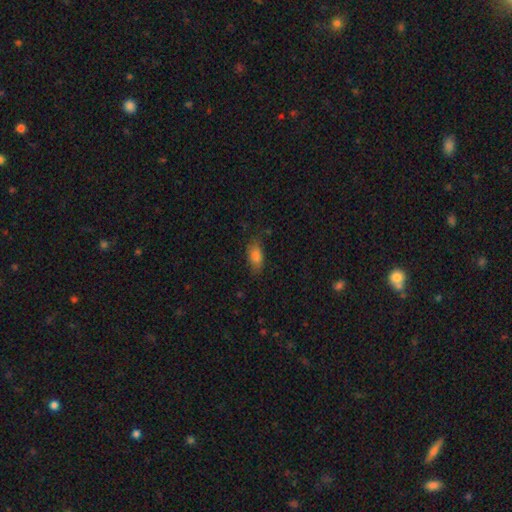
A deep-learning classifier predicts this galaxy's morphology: This appears to be a smooth galaxy with no disk features (82%) that is in between round and cigar-shaped (86%). Merging: none (71%).